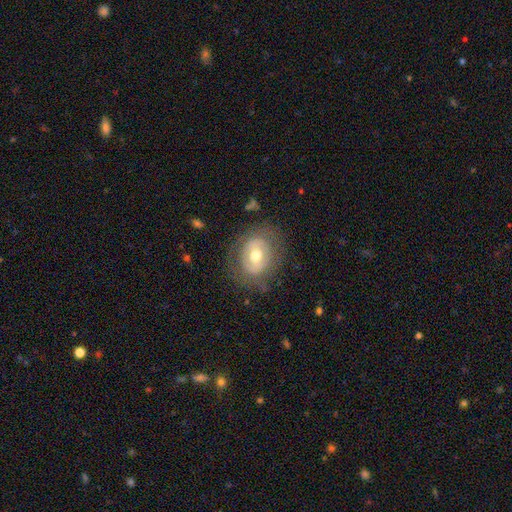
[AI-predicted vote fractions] The model was most divided on "smooth or featured": featured or disk: 49%, smooth: 43%, star or artifact: 8%. More confident: merging — none (73%).